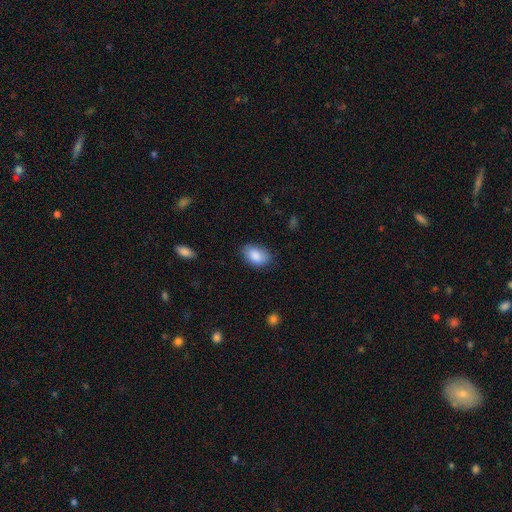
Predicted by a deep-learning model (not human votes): A smooth galaxy with no disk features (87%) that is in between round and cigar-shaped (90%).

Vote fractions:
- Smooth or featured? smooth: 87% / star or artifact: 7% / featured or disk: 6%
- How rounded? in between: 90% / round: 9% / cigar-shaped: 1%
- Merging? none: 79% / minor disturbance: 16% / major disturbance: 3% / merger: 1%